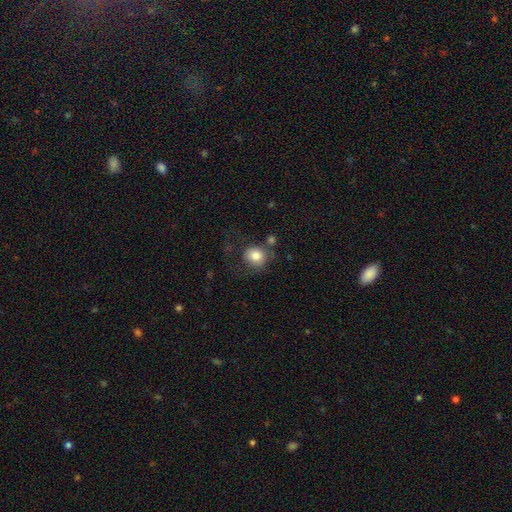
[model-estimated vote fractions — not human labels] Smooth or featured?
  - smooth: 81% *
  - featured or disk: 10%
  - star or artifact: 10%
How rounded?
  - round: 79% *
  - in between: 20%
  - cigar-shaped: 1%
Merging?
  - none: 61% *
  - minor disturbance: 18%
  - major disturbance: 12%
  - merger: 9%